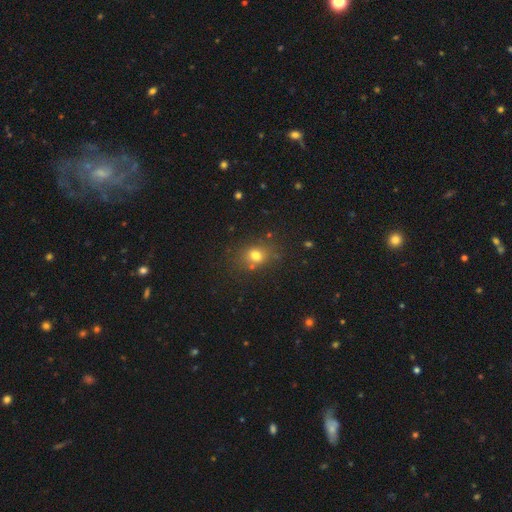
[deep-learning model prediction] smooth-or-featured: smooth: 73% | star or artifact: 16% | featured or disk: 10%
  how-rounded: round: 53% | in between: 46% | cigar-shaped: 1%
  merging: none: 71% | minor disturbance: 16% | merger: 8% | major disturbance: 6%